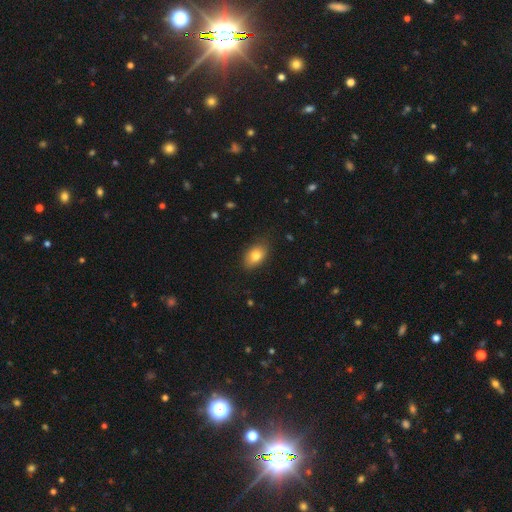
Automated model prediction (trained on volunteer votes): Overall: smooth (80%). How rounded: in between (84%). Merging: none (82%).